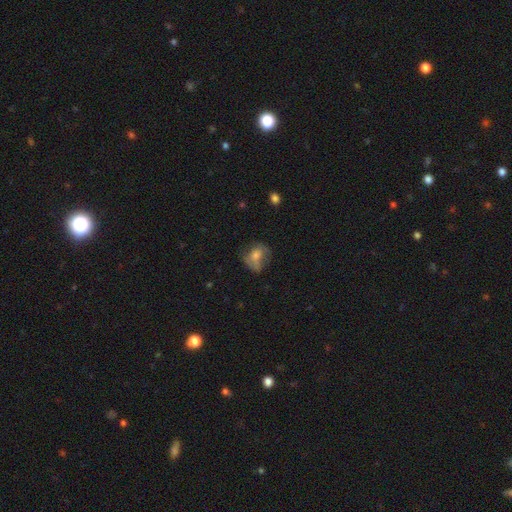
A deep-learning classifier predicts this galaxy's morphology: Smooth or featured?
  - smooth: 57% *
  - featured or disk: 32%
  - star or artifact: 11%
How rounded?
  - round: 50% *
  - in between: 49%
  - cigar-shaped: 2%
Merging?
  - none: 44% *
  - minor disturbance: 29%
  - major disturbance: 24%
  - merger: 3%